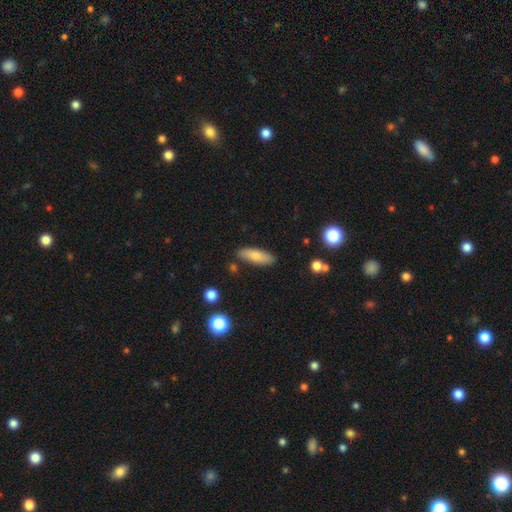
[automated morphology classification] type=smooth (78%); roundness=in between (55%); merging=none (84%).